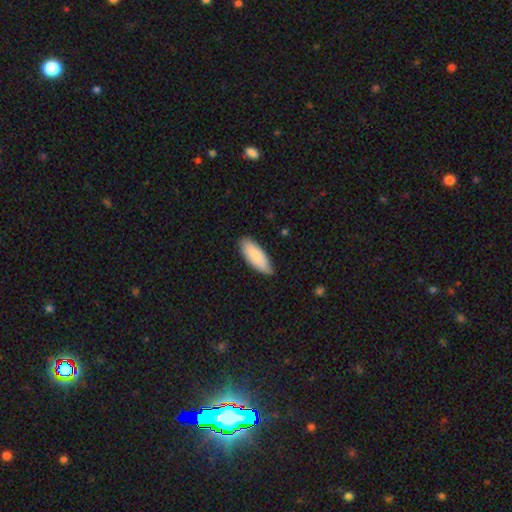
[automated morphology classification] Smooth or featured? smooth (85%)
How rounded? in between (74%)
Merging? none (77%)